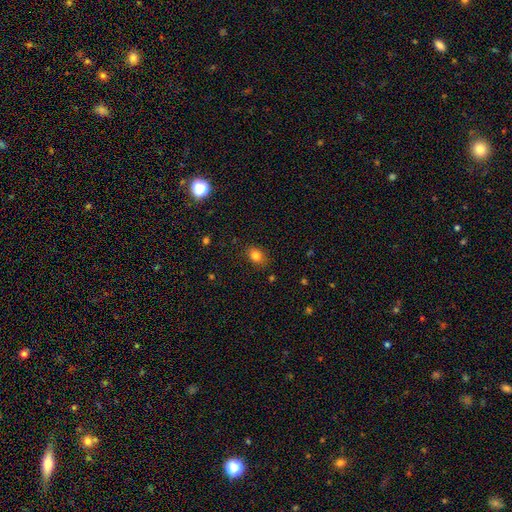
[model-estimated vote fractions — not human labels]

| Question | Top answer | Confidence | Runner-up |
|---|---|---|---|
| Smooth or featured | smooth | 82% | star or artifact (11%) |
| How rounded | in between | 69% | round (30%) |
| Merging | none | 83% | minor disturbance (13%) |